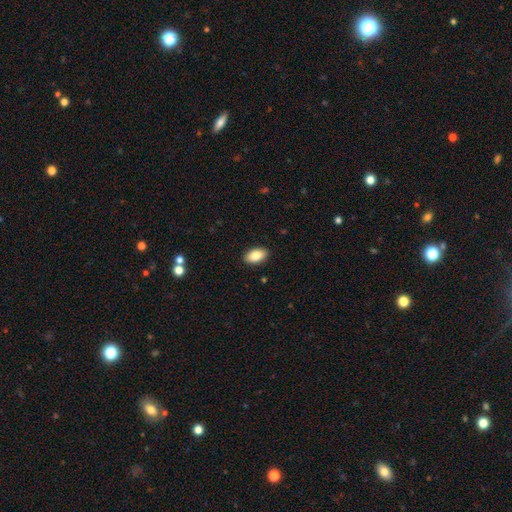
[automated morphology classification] A smooth galaxy with no disk features (86%) that is in between round and cigar-shaped (94%). Merging: none (90%).